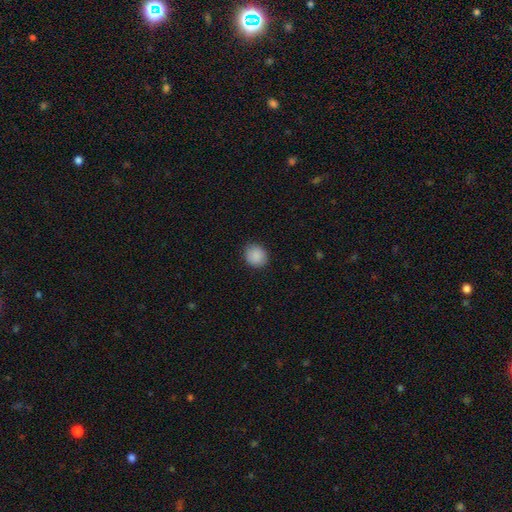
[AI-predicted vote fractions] A smooth galaxy with no disk features (89%) that is round (78%).

Vote fractions:
- Smooth or featured? smooth: 89% / star or artifact: 8% / featured or disk: 3%
- How rounded? round: 78% / in between: 21% / cigar-shaped: 1%
- Merging? none: 87% / minor disturbance: 10% / major disturbance: 2% / merger: 1%